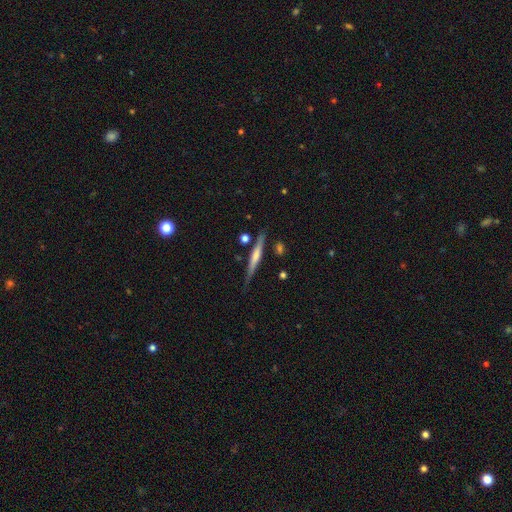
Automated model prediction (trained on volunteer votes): The model was most divided on "edge-on bulge" (2-way tie): none: 40%, rounded: 40%, boxy: 20%. More confident: edge-on disk — yes (96%); merging — none (81%); smooth or featured — featured or disk (54%).